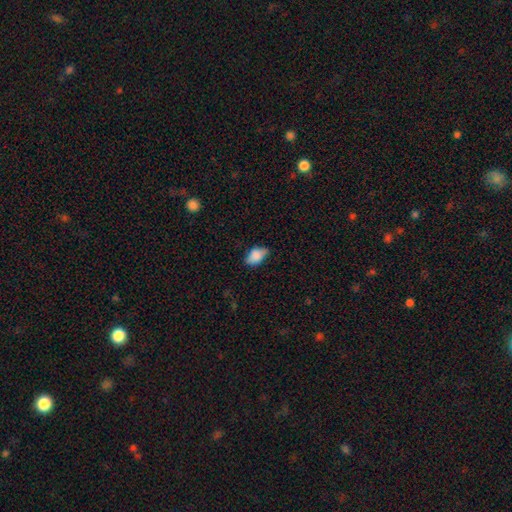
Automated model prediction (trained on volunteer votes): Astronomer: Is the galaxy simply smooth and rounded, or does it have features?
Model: smooth — 81%.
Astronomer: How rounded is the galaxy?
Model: in between — 88%.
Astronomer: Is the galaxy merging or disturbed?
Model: none — 62%.